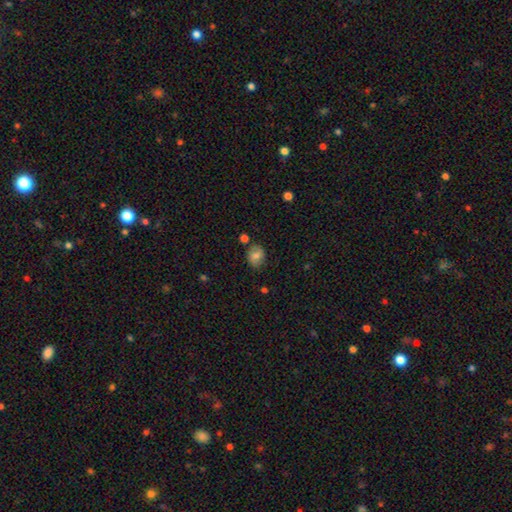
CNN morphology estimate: A smooth galaxy with no disk features (71%) that is in between round and cigar-shaped (54%). Merging: none (77%).